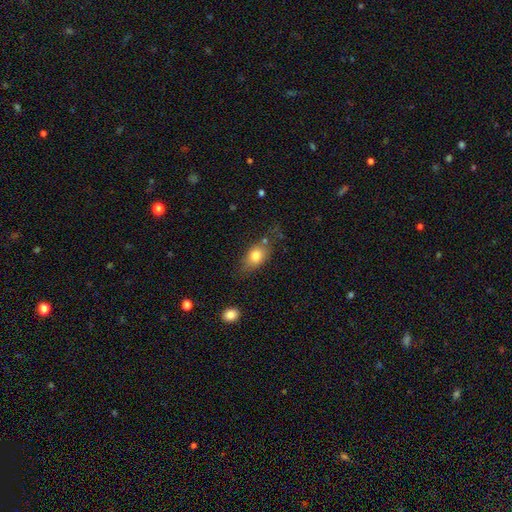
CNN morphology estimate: smooth_or_featured: smooth (p=0.79) [alt: featured or disk p=0.13]
how_rounded: in between (p=0.76) [alt: round p=0.21]
merging: none (p=0.62) [alt: minor disturbance p=0.23]